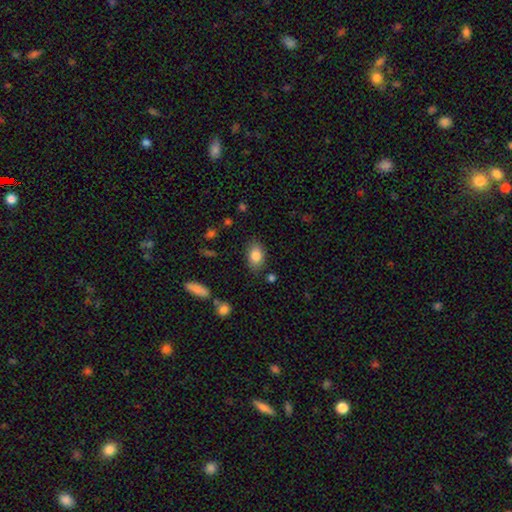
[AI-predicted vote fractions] Q: Smooth or featured?
A: smooth (84%); runner-up: featured or disk (8%)
Q: How rounded?
A: in between (85%); runner-up: round (13%)
Q: Merging?
A: none (80%); runner-up: minor disturbance (14%)